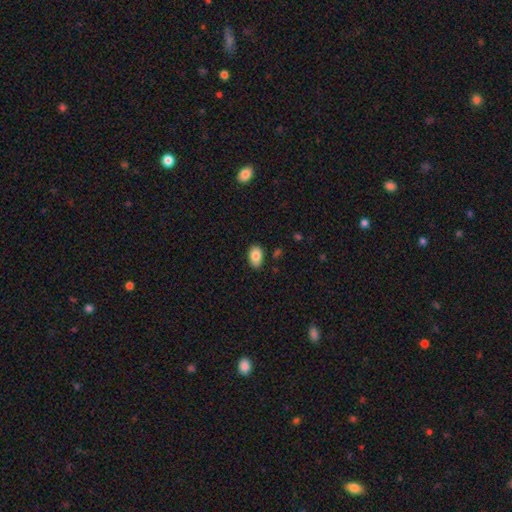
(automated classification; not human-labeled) The model was most divided on "merging": none: 84%, minor disturbance: 12%, major disturbance: 2%, merger: 2%. More confident: how rounded — in between (90%); smooth or featured — smooth (85%).